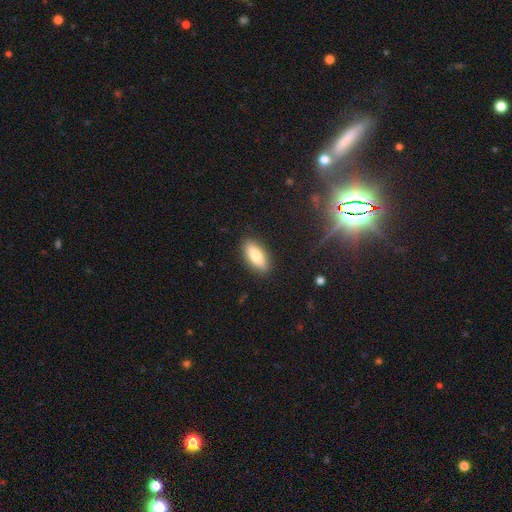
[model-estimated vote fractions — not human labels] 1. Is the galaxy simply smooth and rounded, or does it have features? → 78% smooth, 16% featured or disk, 7% star or artifact.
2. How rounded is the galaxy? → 76% in between, 22% cigar-shaped, 2% round.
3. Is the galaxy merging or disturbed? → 87% none, 9% minor disturbance, 2% major disturbance, 1% merger.